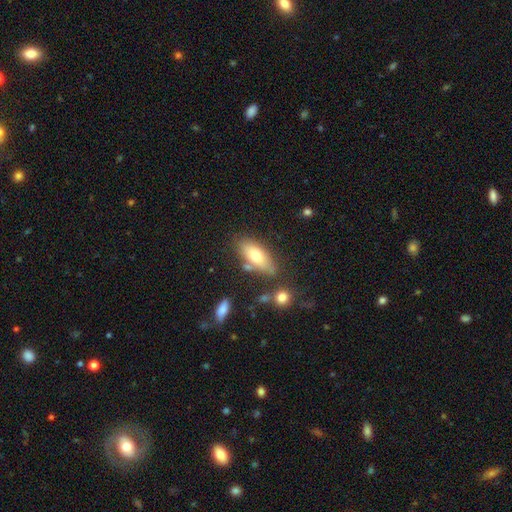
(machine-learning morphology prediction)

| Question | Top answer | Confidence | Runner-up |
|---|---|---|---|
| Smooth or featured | smooth | 69% | featured or disk (23%) |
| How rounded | in between | 77% | cigar-shaped (20%) |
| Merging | none | 71% | minor disturbance (16%) |